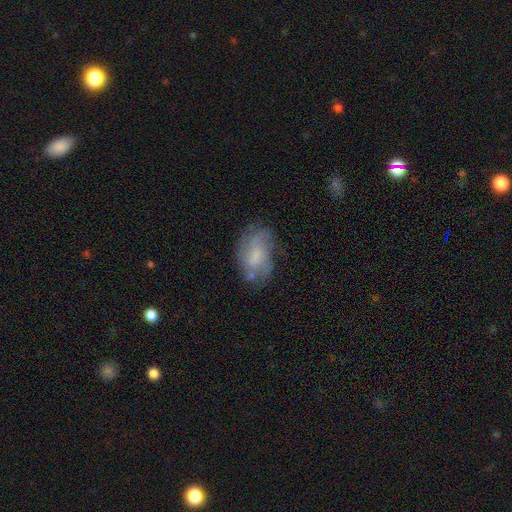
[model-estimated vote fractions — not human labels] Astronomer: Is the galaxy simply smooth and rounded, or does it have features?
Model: featured or disk — 52% (runner-up: smooth, 39%).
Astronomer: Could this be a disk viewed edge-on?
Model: no — 96%.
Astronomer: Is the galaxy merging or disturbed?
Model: none — 60%.